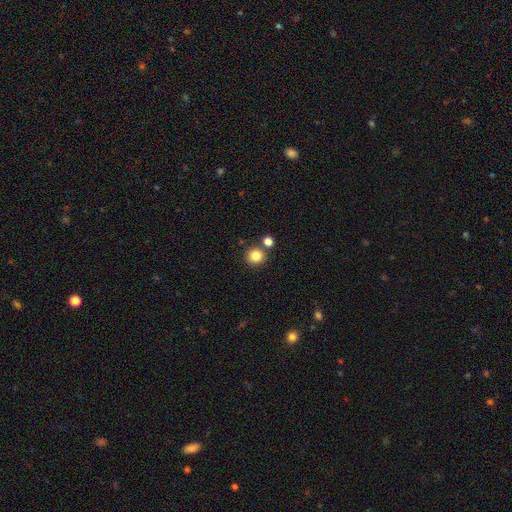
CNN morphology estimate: smooth_or_featured: smooth (p=0.83) [alt: star or artifact p=0.11]
how_rounded: round (p=0.92) [alt: in between p=0.08]
merging: none (p=0.79) [alt: merger p=0.11]